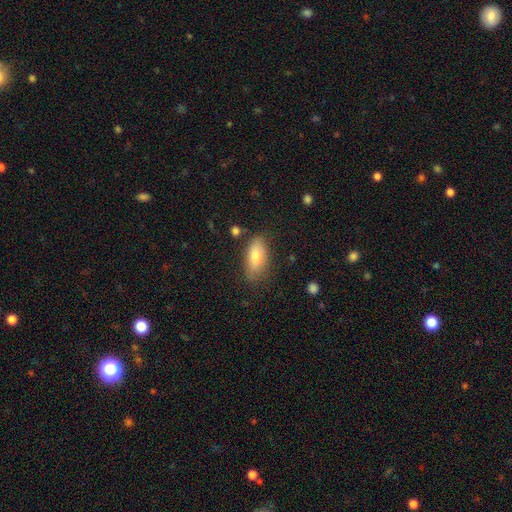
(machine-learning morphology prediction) A smooth galaxy with no disk features (78%) that is in between round and cigar-shaped (85%). Merging: none (76%).